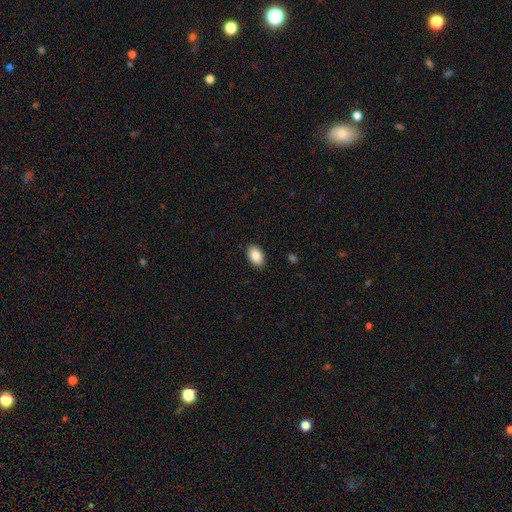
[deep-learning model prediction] Overall: smooth (88%). How rounded: in between (92%). Merging: none (89%).